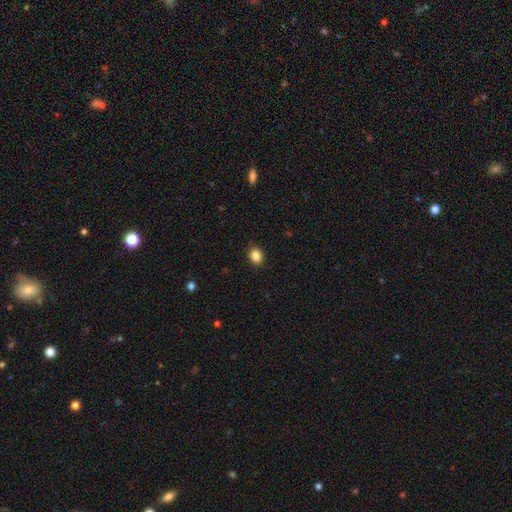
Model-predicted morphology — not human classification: Smooth or featured? smooth (86%)
How rounded? round (53%)
Merging? none (89%)